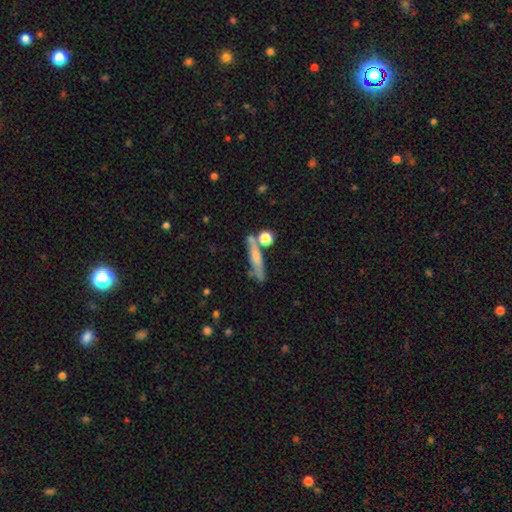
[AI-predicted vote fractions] Q: Smooth or featured?
A: smooth (56%); runner-up: featured or disk (35%)
Q: How rounded?
A: cigar-shaped (85%); runner-up: in between (10%)
Q: Merging?
A: none (68%); runner-up: minor disturbance (14%)